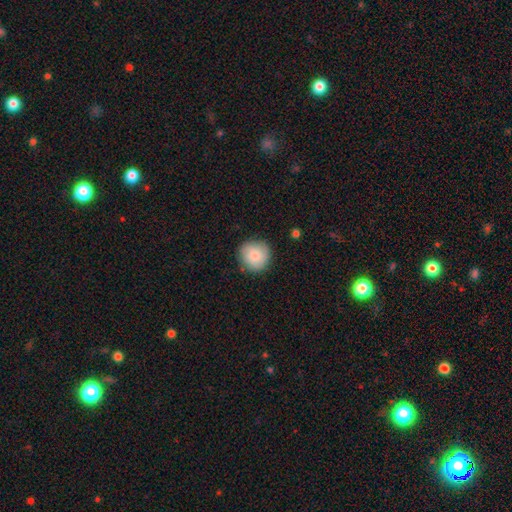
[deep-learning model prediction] smooth_or_featured: smooth (p=0.82) [alt: featured or disk p=0.11]
how_rounded: round (p=0.93) [alt: in between p=0.06]
merging: none (p=0.85) [alt: minor disturbance p=0.11]